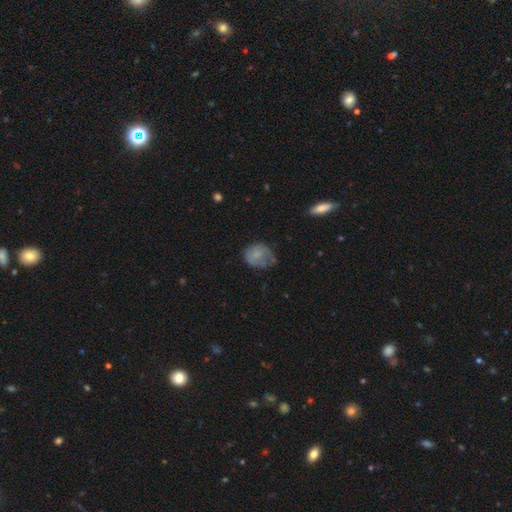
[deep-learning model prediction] The model was most divided on "merging": none: 41%, minor disturbance: 35%, major disturbance: 22%, merger: 3%. More confident: smooth or featured — smooth (64%); how rounded — round (62%).